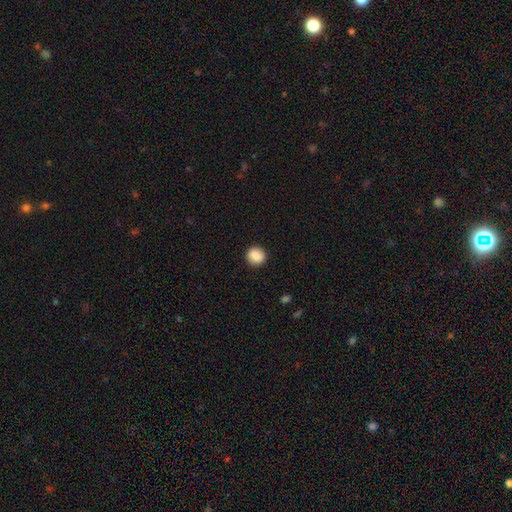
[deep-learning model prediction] This is clearly a smooth galaxy (87%). How rounded: clearly round (89%). Merging: clearly none (90%).